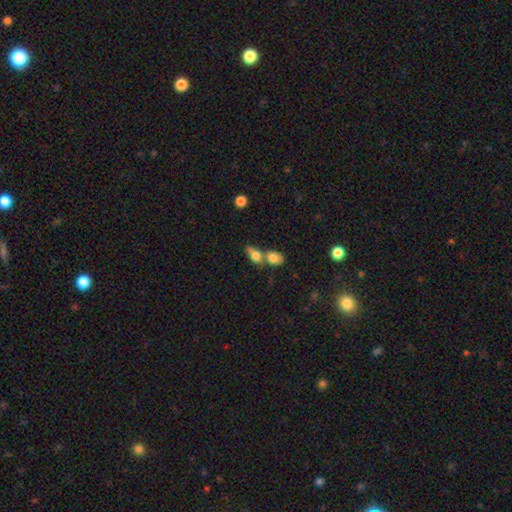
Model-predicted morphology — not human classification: Smooth or featured? Predicted: smooth (p=0.75). How rounded? Predicted: in between (p=0.72). Merging? Predicted: merger (p=0.60).